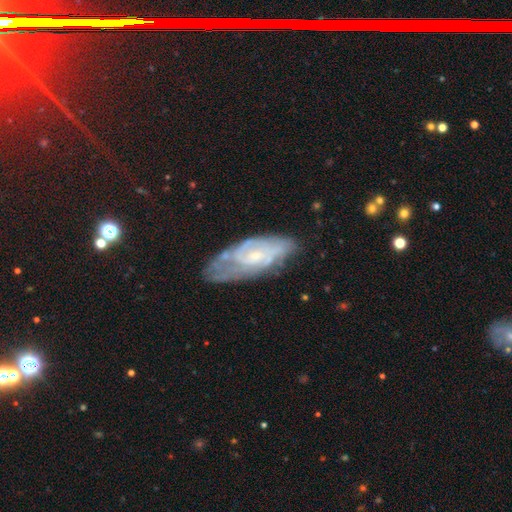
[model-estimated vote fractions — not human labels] Smooth or featured? featured or disk (73%)
Edge-on disk? no (89%)
Bar? no (60%)
Spiral arms? yes (80%)
Spiral winding? tight (54%)
Spiral arm count? can't tell (50%)
Bulge size? small (61%)
Merging? none (56%)